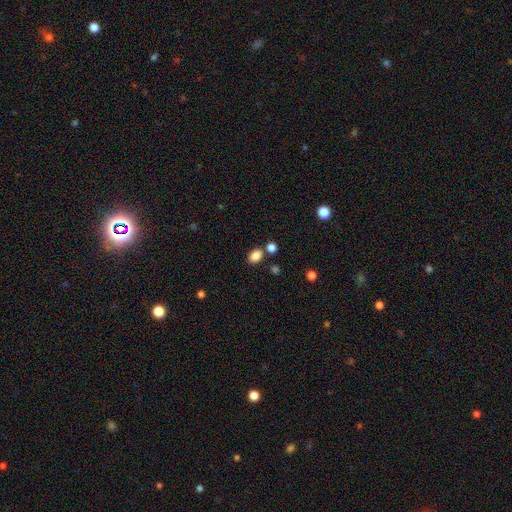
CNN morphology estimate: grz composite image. It shows a smooth galaxy with no disk features (85%) that is in between round and cigar-shaped (74%). Merging: none (74%).